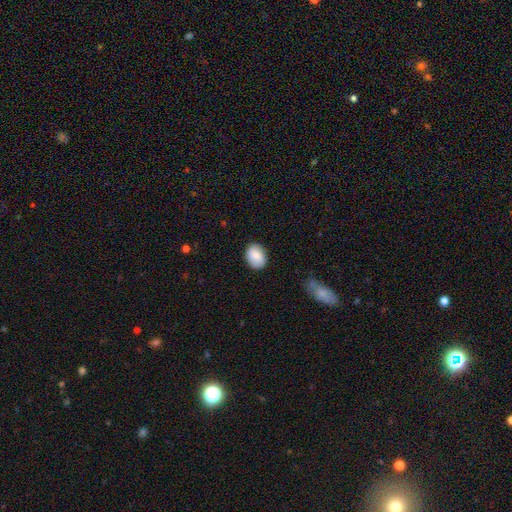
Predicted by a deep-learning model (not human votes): The model was most divided on "how rounded": in between: 71%, round: 28%, cigar-shaped: 1%. More confident: merging — none (84%); smooth or featured — smooth (80%).